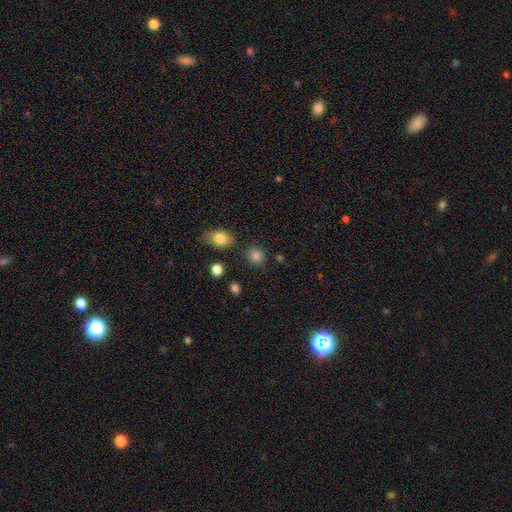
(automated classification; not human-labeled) A smooth galaxy with no disk features (84%) that is round (65%).

Vote fractions:
- Smooth or featured? smooth: 84% / star or artifact: 11% / featured or disk: 5%
- How rounded? round: 65% / in between: 33% / cigar-shaped: 1%
- Merging? none: 77% / minor disturbance: 13% / merger: 6% / major disturbance: 4%